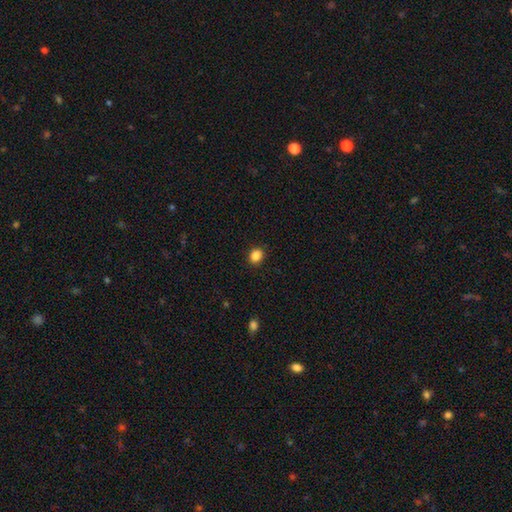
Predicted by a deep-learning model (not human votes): Morphology: type=smooth (86%); roundness=round (68%); merging=none (91%).